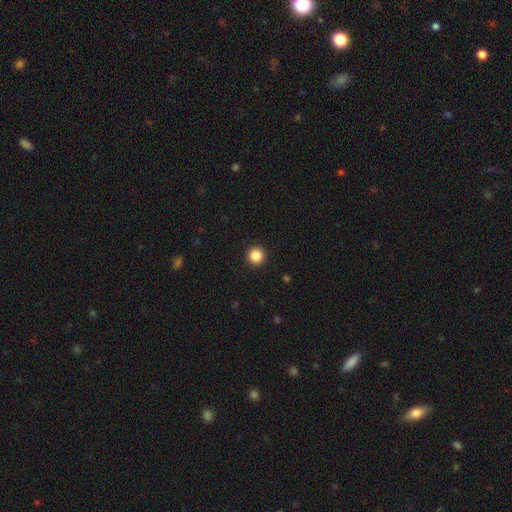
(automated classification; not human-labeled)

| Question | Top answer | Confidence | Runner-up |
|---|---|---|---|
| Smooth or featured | smooth | 86% | star or artifact (10%) |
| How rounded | round | 96% | in between (3%) |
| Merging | none | 94% | minor disturbance (4%) |